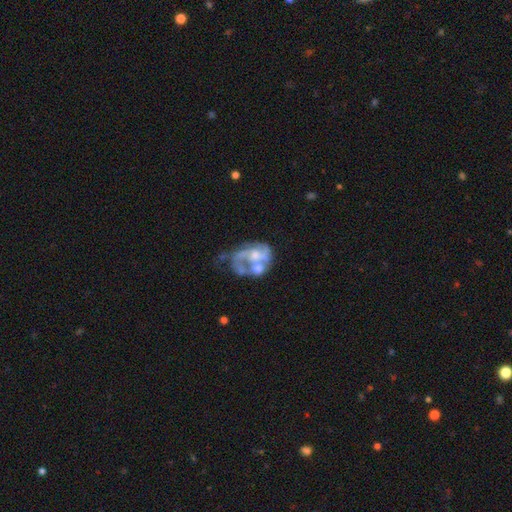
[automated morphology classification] type=featured or disk (74%); edge-on=no (98%); bar=no (72%); spiral arms=yes (60%); bulge=moderate (44%); merging=major disturbance (30%).